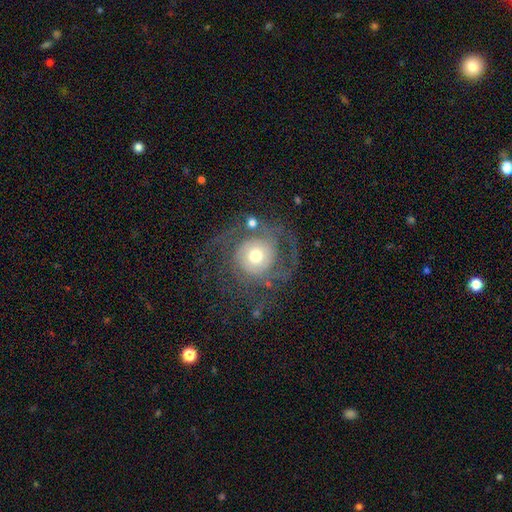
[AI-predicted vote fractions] Overall: featured or disk (70%). Edge-on disk: no (97%). Bar: no (81%). Spiral arms: yes (83%). Spiral arm count: 2 (39%; can't tell 28%). Spiral winding: tight (45%; medium 35%). Bulge size: moderate (66%). Merging: none (57%; major disturbance 24%).